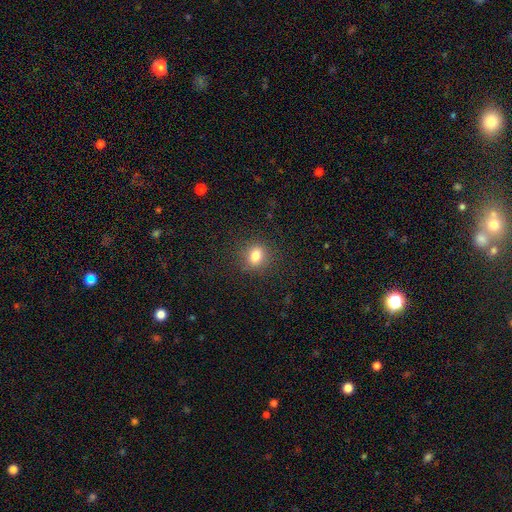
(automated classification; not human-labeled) Smooth or featured?
  - smooth: 81% *
  - star or artifact: 12%
  - featured or disk: 7%
How rounded?
  - round: 58% *
  - in between: 40%
  - cigar-shaped: 1%
Merging?
  - none: 87% *
  - minor disturbance: 9%
  - major disturbance: 3%
  - merger: 1%